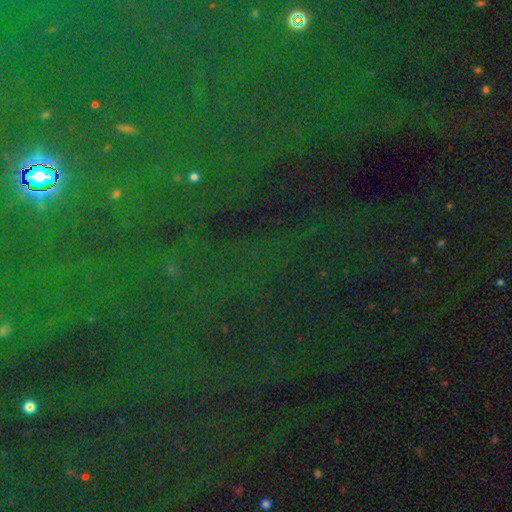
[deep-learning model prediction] A star or artifact, not a galaxy (82%).

Vote fractions:
- Smooth or featured? star or artifact: 82% / smooth: 10% / featured or disk: 8%